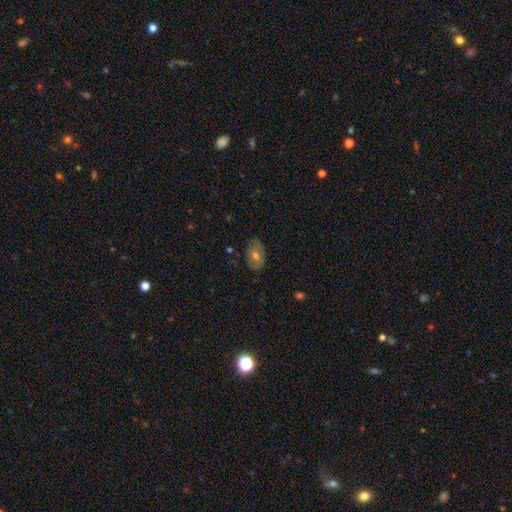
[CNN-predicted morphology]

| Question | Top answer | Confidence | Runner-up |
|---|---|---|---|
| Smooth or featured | smooth | 47% | featured or disk (41%) |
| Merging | none | 78% | minor disturbance (17%) |